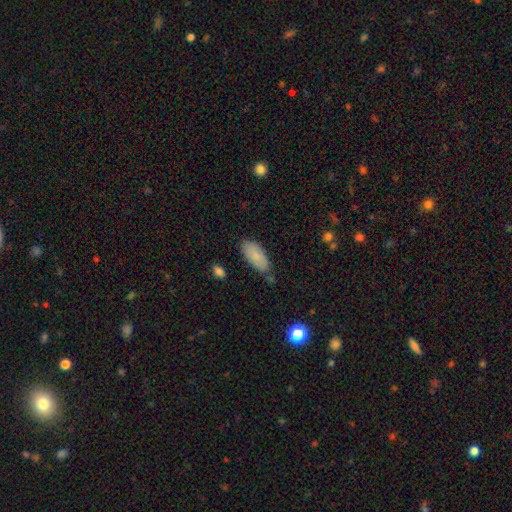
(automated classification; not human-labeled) Smooth or featured? smooth (85%)
How rounded? in between (87%)
Merging? none (72%)